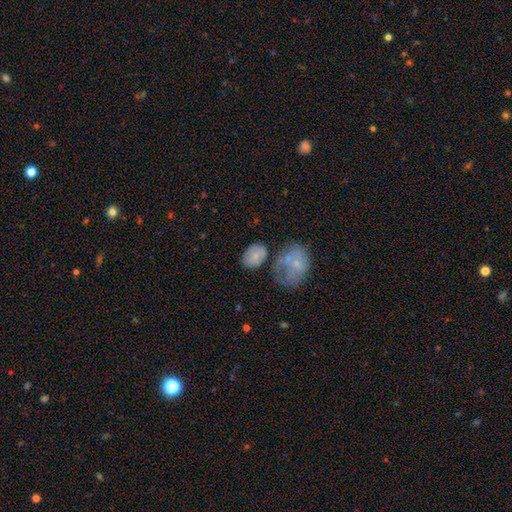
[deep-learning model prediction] This appears to be a smooth galaxy with no disk features (76%) that is in between round and cigar-shaped (82%). Merging: none (55%).